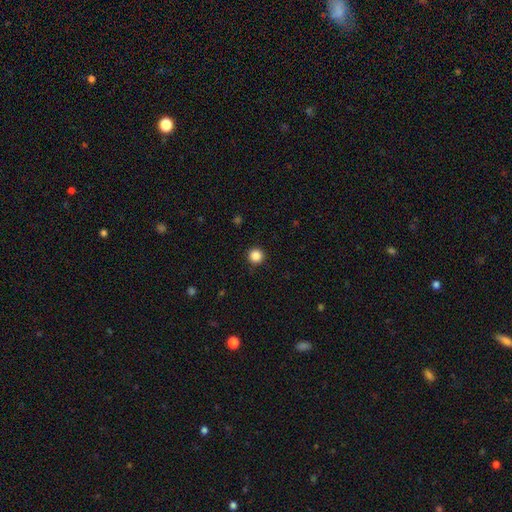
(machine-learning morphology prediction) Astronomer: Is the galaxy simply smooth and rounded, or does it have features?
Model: smooth — 86%.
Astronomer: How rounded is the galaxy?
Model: round — 96%.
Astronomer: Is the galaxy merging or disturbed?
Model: none — 93%.